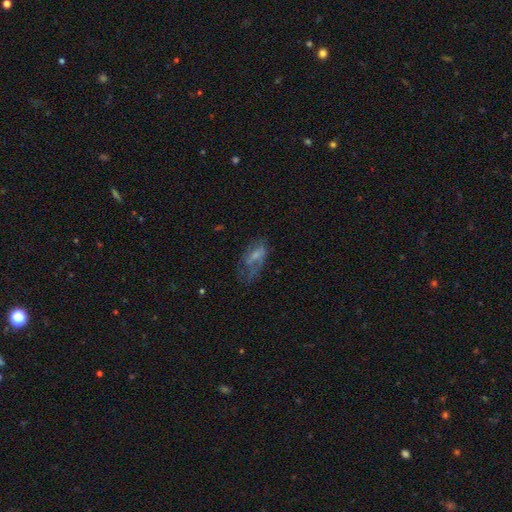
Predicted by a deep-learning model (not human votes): featured or disk 45%, smooth 44%, star or artifact 11%. Down the decision tree: merging — major disturbance (39%).